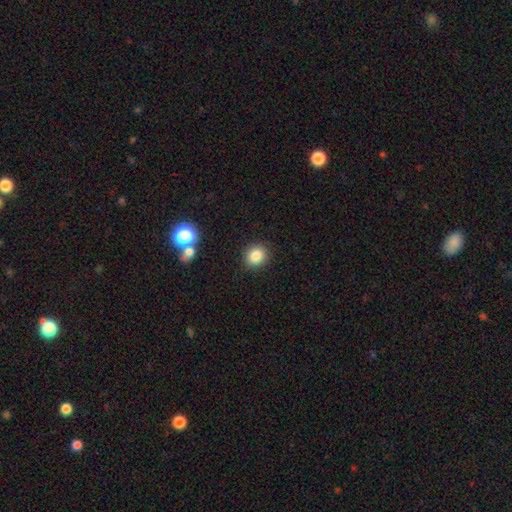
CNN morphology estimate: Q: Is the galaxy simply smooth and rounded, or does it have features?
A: smooth — 84%.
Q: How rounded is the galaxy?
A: round — 82%.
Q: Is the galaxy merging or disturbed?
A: none — 89%.